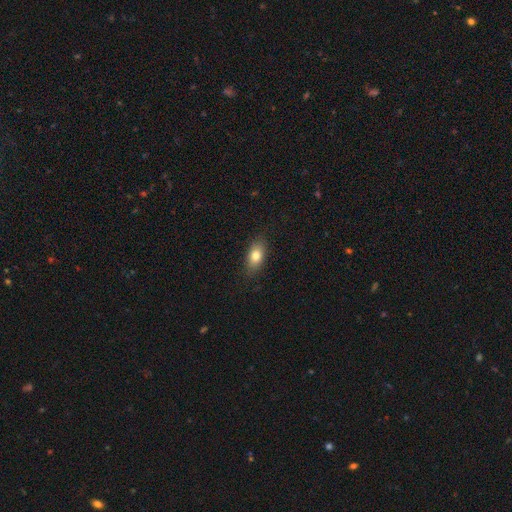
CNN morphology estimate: Smooth or featured: smooth — 80% (featured or disk — 12%)
How rounded: in between — 86% (round — 8%)
Merging: none — 86% (minor disturbance — 11%)